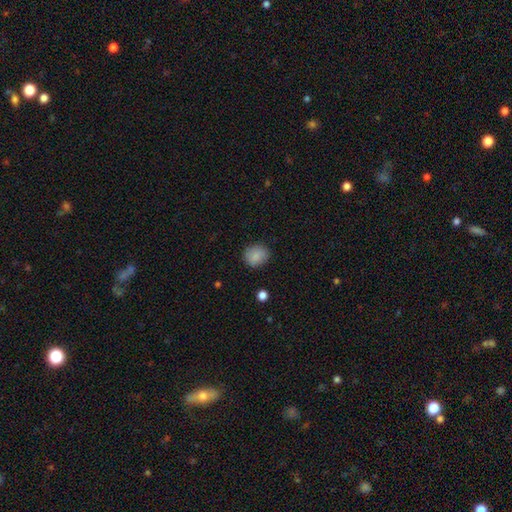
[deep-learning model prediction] Morphology: type=smooth (87%); roundness=round (70%); merging=none (86%).